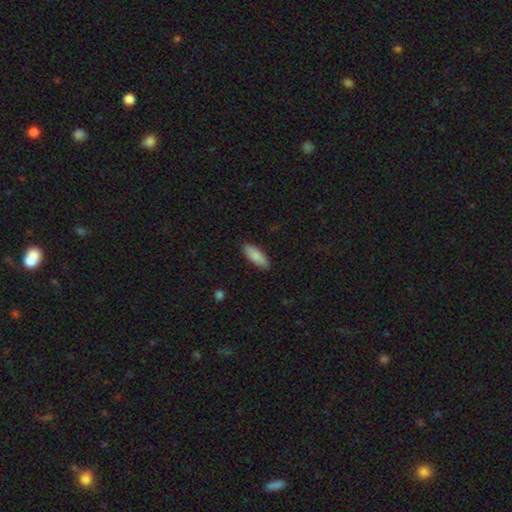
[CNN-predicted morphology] smooth-or-featured: smooth: 88% | featured or disk: 6% | star or artifact: 6%
  how-rounded: in between: 69% | cigar-shaped: 29% | round: 2%
  merging: none: 88% | minor disturbance: 9% | major disturbance: 2% | merger: 1%